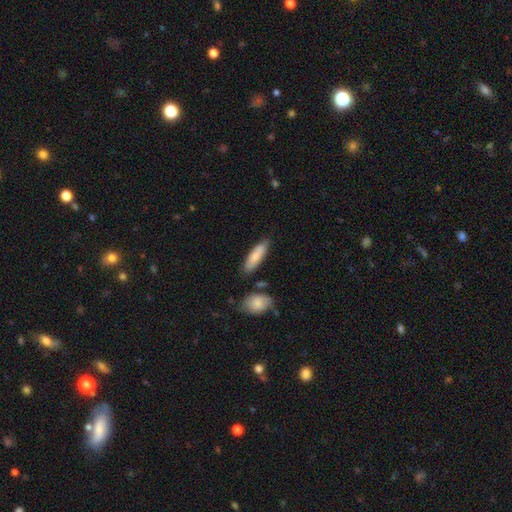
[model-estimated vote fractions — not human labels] Smooth or featured? Predicted: smooth (p=0.81). How rounded? Predicted: cigar-shaped (p=0.58). Merging? Predicted: none (p=0.80).